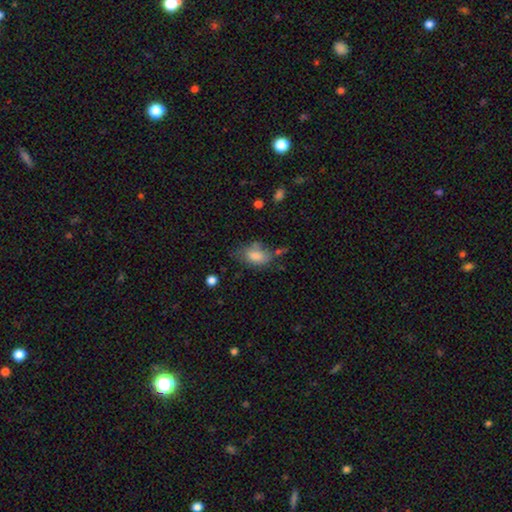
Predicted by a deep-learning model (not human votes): smooth 81%, featured or disk 11%, star or artifact 8%. Down the decision tree: how rounded — in between (89%); merging — none (52%).